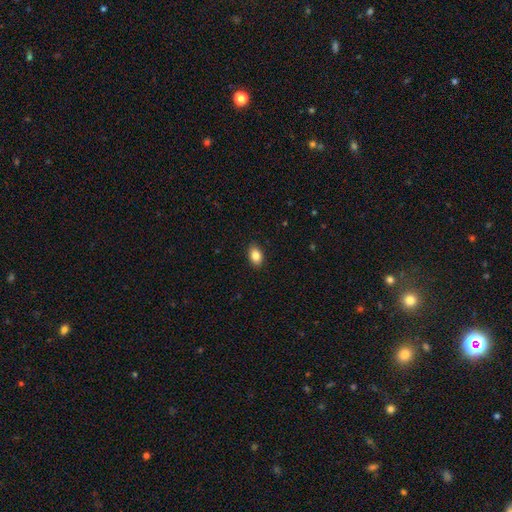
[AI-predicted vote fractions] smooth-or-featured: smooth: 85% | star or artifact: 8% | featured or disk: 7%
  how-rounded: in between: 85% | round: 13% | cigar-shaped: 1%
  merging: none: 89% | minor disturbance: 8% | major disturbance: 2% | merger: 1%